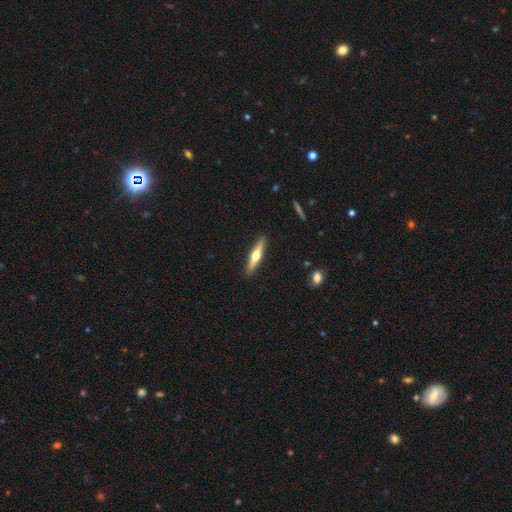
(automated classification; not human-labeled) Q: Smooth or featured?
A: featured or disk (54%); runner-up: smooth (41%)
Q: Edge-on disk?
A: yes (95%); runner-up: no (5%)
Q: Edge-on bulge?
A: rounded (93%); runner-up: none (5%)
Q: Merging?
A: none (91%); runner-up: minor disturbance (7%)